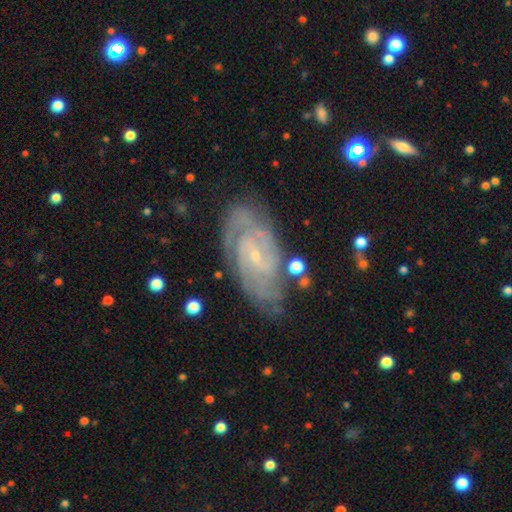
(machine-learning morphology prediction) Smooth or featured?
  - featured or disk: 88% *
  - smooth: 7%
  - star or artifact: 6%
Edge-on disk?
  - no: 96% *
  - yes: 4%
Bar?
  - no: 44% *
  - weak: 43%
  - strong: 14%
Spiral arms?
  - yes: 97% *
  - no: 3%
Spiral winding?
  - tight: 66% *
  - medium: 29%
  - loose: 5%
Spiral arm count?
  - 2: 41% *
  - can't tell: 21%
  - 3: 20%
  - 4: 9%
  - more than 4: 5%
  - 1: 5%
Bulge size?
  - small: 84% *
  - moderate: 11%
  - none: 3%
  - large: 1%
  - dominant: 1%
Merging?
  - none: 75% *
  - minor disturbance: 18%
  - major disturbance: 5%
  - merger: 2%